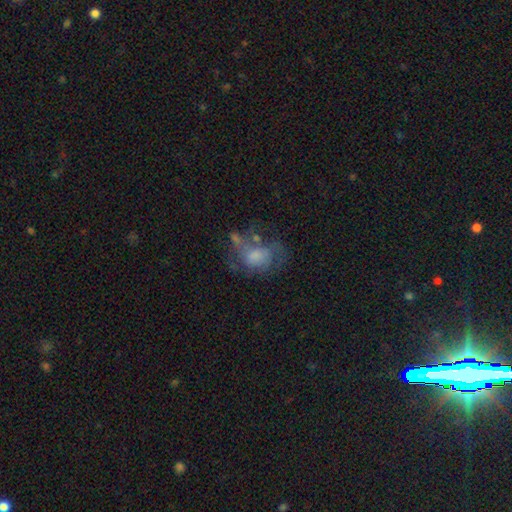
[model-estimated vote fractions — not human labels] A featured or disk galaxy (49%).

Vote fractions:
- Smooth or featured? featured or disk: 49% / smooth: 40% / star or artifact: 11%
- Merging? major disturbance: 36% / none: 33% / minor disturbance: 20% / merger: 10%